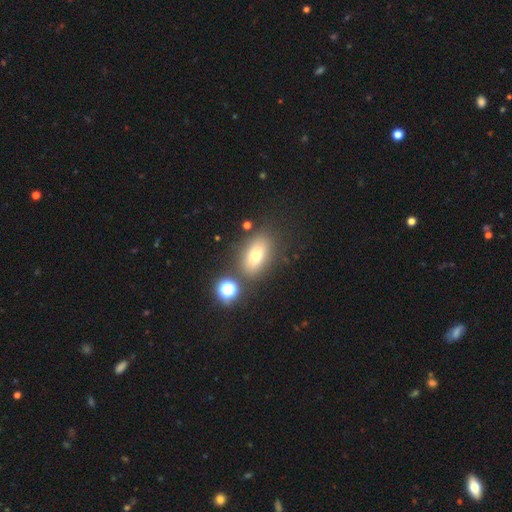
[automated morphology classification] type=smooth (67%); roundness=in between (80%); merging=none (74%).